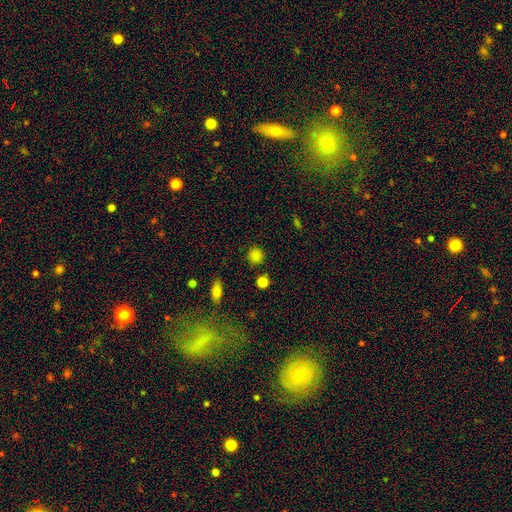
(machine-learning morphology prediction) This is clearly a smooth galaxy (83%). How rounded: clearly round (90%). Merging: clearly none (86%).